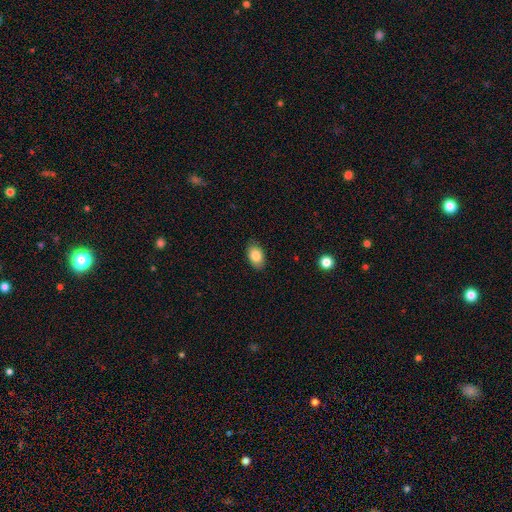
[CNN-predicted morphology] Smooth or featured: smooth — 84% (featured or disk — 8%)
How rounded: in between — 88% (round — 10%)
Merging: none — 86% (minor disturbance — 11%)